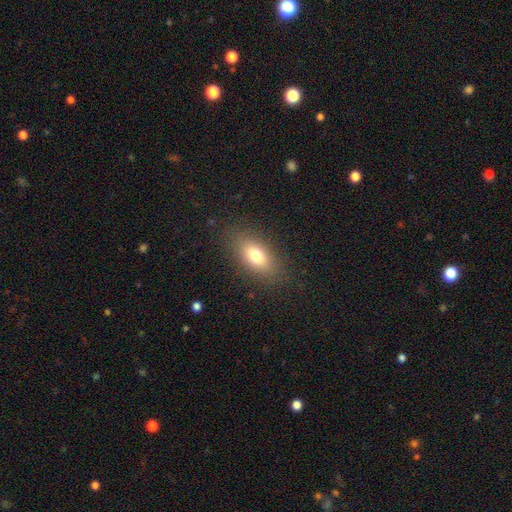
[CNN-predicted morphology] Smooth or featured: smooth — 76% (featured or disk — 15%)
How rounded: in between — 84% (cigar-shaped — 8%)
Merging: none — 85% (minor disturbance — 10%)